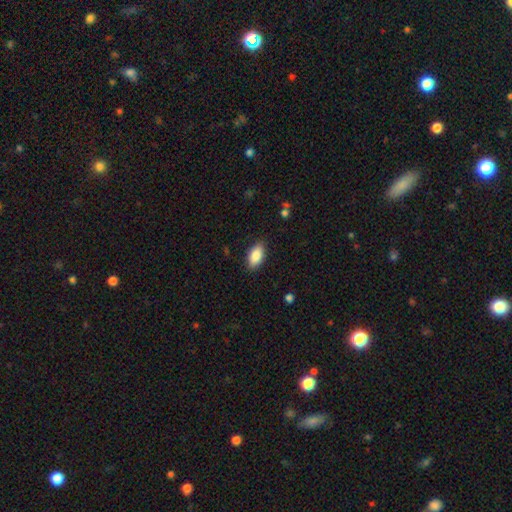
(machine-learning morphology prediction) This is clearly a smooth galaxy (88%). How rounded: clearly in between (93%). Merging: clearly none (87%).